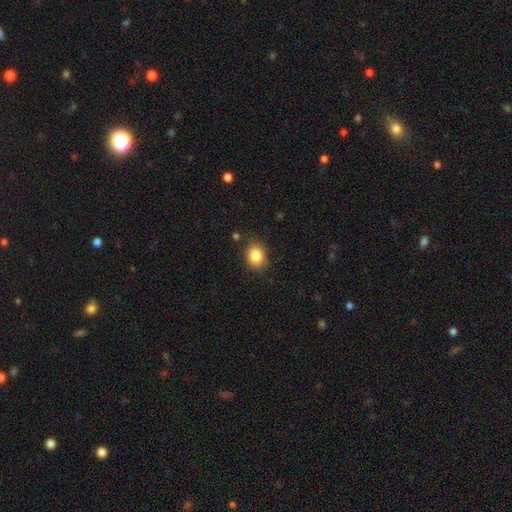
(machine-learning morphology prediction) This appears to be a smooth galaxy with no disk features (85%) that is round (53%). Merging: none (83%).